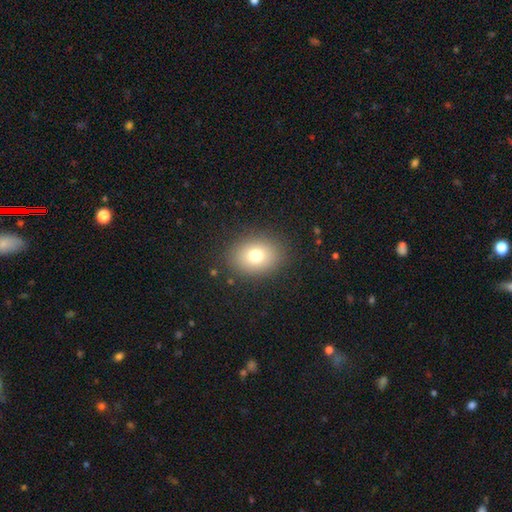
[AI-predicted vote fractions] This is likely a smooth galaxy (76%). How rounded: possibly in between (51%). Merging: clearly none (87%).